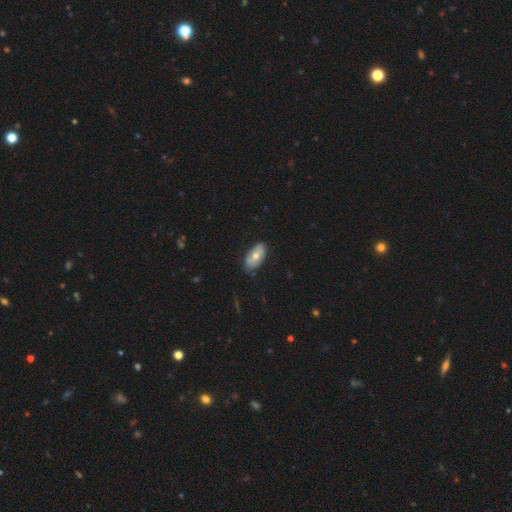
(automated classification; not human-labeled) Smooth or featured? smooth (57%)
How rounded? in between (92%)
Merging? none (79%)